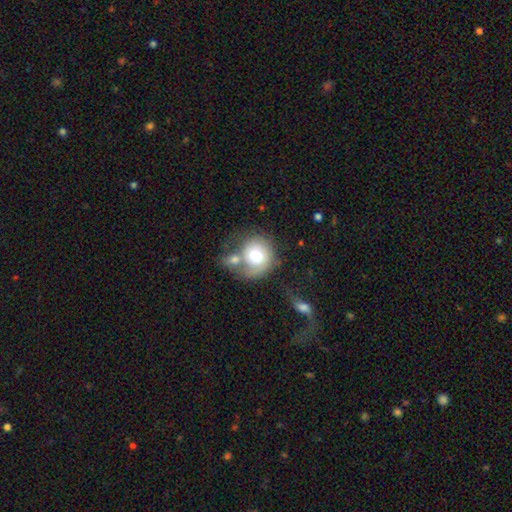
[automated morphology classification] Smooth or featured? Predicted: smooth (p=0.66). How rounded? Predicted: round (p=0.81). Merging? Predicted: merger (p=0.37).